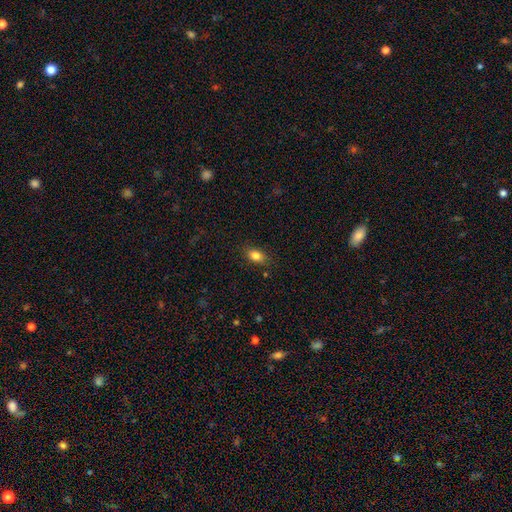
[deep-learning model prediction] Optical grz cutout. It shows a smooth galaxy with no disk features (82%) that is in between round and cigar-shaped (81%). Merging: none (85%).